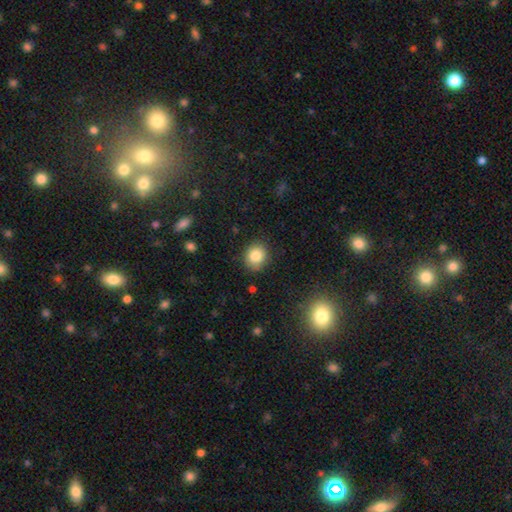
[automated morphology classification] A smooth galaxy with no disk features (83%) that is round (72%). Merging: none (86%).